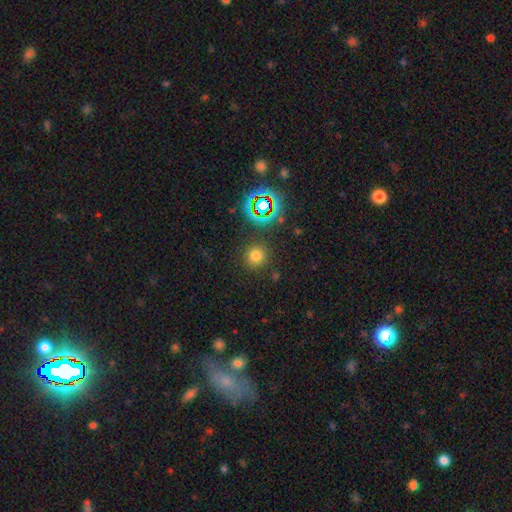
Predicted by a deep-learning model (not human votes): This is likely a smooth galaxy (71%). How rounded: clearly round (93%). Merging: clearly none (88%).